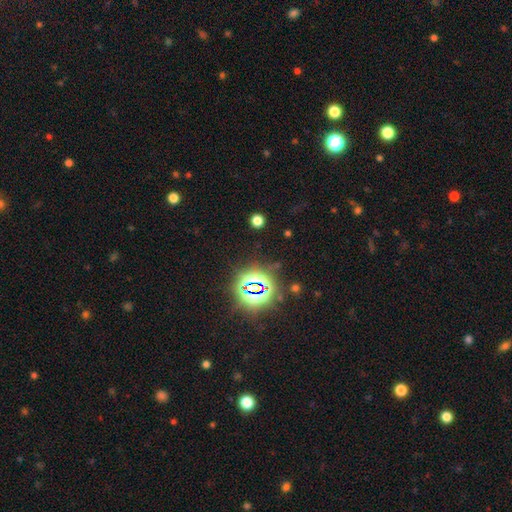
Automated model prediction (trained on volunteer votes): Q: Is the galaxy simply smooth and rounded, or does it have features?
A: star or artifact — 81%.